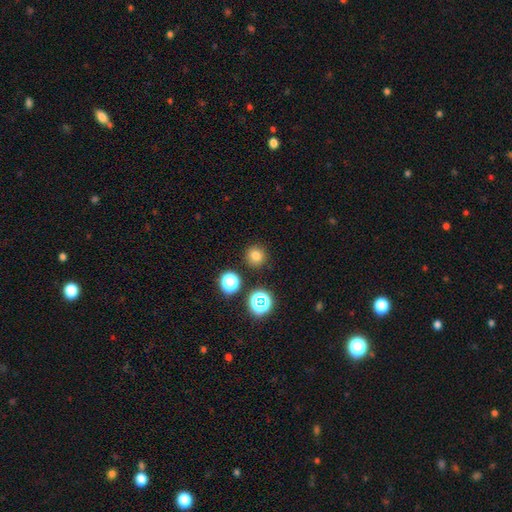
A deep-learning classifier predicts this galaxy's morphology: This is likely a smooth galaxy (78%). How rounded: clearly round (94%). Merging: clearly none (88%).